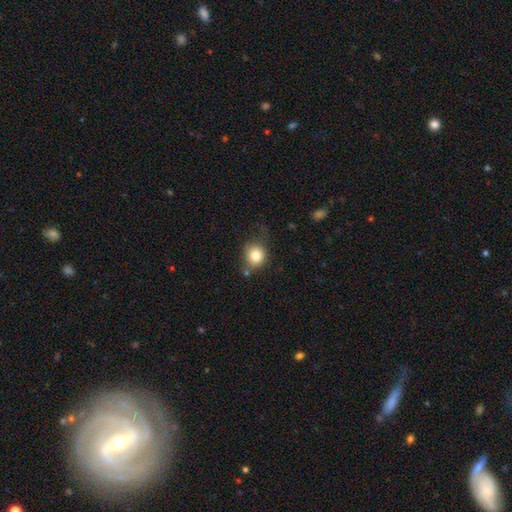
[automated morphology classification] Q: Smooth or featured?
A: smooth (81%); runner-up: star or artifact (10%)
Q: How rounded?
A: round (80%); runner-up: in between (19%)
Q: Merging?
A: none (65%); runner-up: minor disturbance (21%)